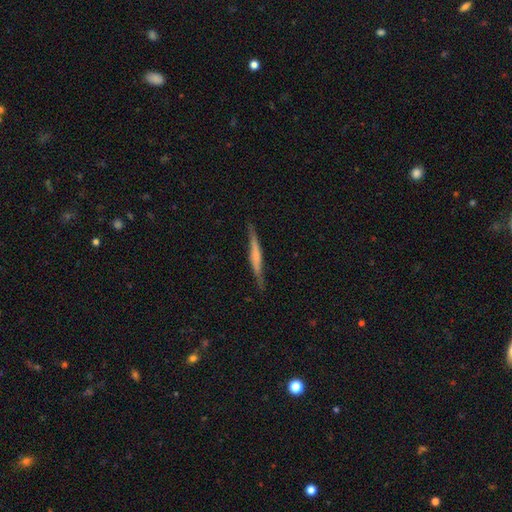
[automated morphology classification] Overall: featured or disk (56%; smooth 38%). Edge-on disk: yes (96%). Edge-on bulge: none (42%; boxy 30%). Merging: none (84%).